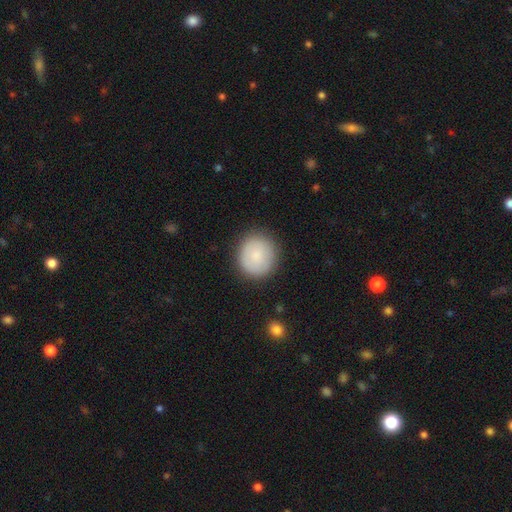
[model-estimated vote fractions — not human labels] smooth_or_featured: smooth (p=0.81) [alt: featured or disk p=0.13]
how_rounded: round (p=0.88) [alt: in between p=0.11]
merging: none (p=0.87) [alt: minor disturbance p=0.09]